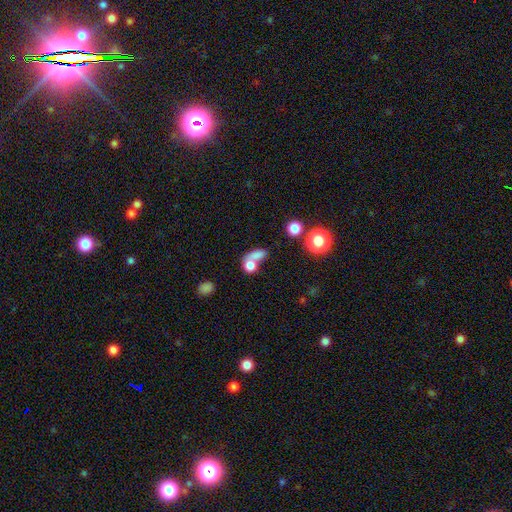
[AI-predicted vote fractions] Morphology: type=smooth (74%); roundness=in between (54%); merging=merger (51%).